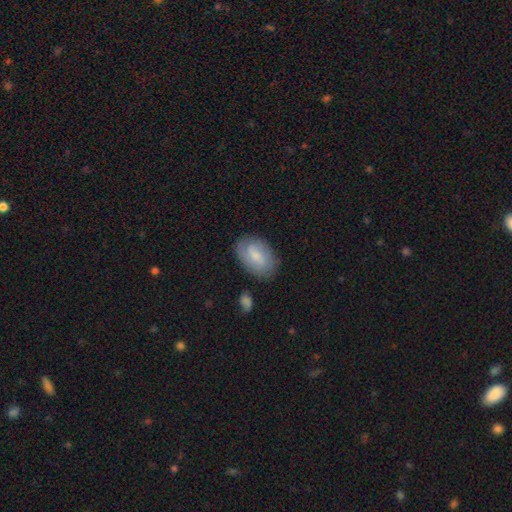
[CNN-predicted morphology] smooth 69%, featured or disk 25%, star or artifact 6%. Down the decision tree: how rounded — in between (91%); merging — none (76%).